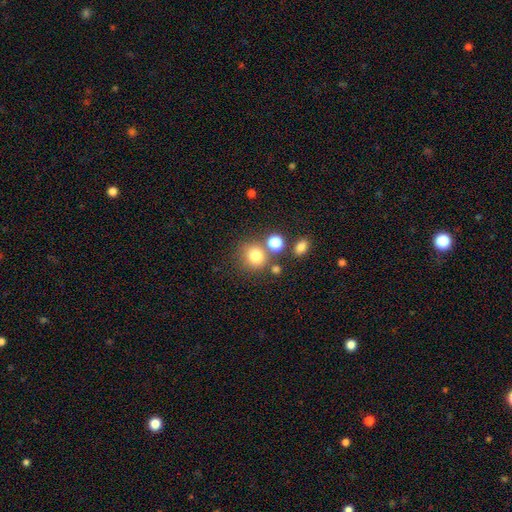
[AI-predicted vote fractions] Smooth or featured: smooth — 79% (star or artifact — 14%)
How rounded: round — 83% (in between — 16%)
Merging: none — 65% (merger — 19%)